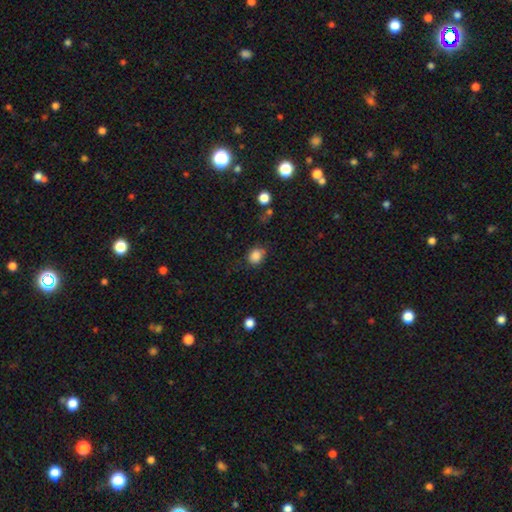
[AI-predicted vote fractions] Smooth or featured?
  - smooth: 85% *
  - star or artifact: 10%
  - featured or disk: 5%
How rounded?
  - round: 66% *
  - in between: 33%
  - cigar-shaped: 1%
Merging?
  - none: 69% *
  - minor disturbance: 22%
  - major disturbance: 7%
  - merger: 2%